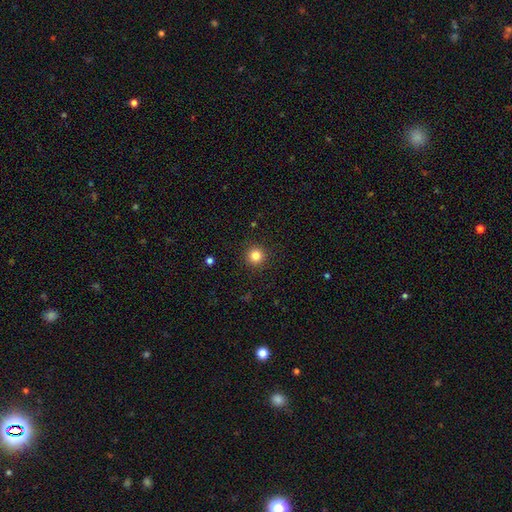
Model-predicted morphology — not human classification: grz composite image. It shows a smooth galaxy with no disk features (83%) that is round (96%). Merging: none (92%).